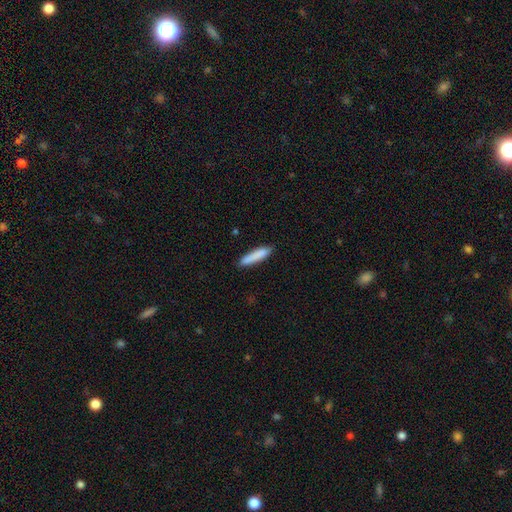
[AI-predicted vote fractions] A smooth galaxy with no disk features (85%) that is cigar-shaped (84%). Merging: none (82%).